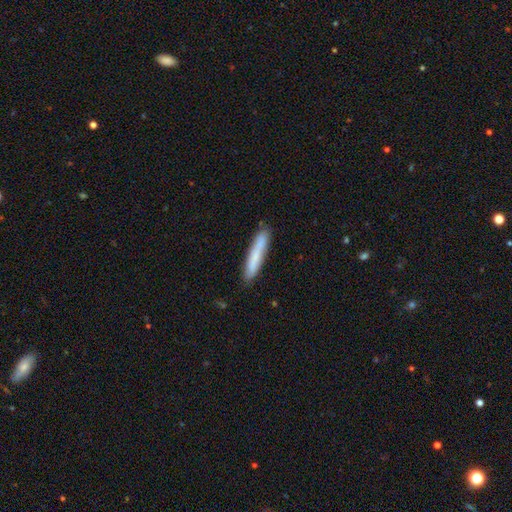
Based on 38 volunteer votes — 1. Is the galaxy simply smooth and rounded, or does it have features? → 71% smooth, 21% featured or disk, 8% star or artifact.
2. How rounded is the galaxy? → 100% cigar-shaped, 0% round, 0% in between.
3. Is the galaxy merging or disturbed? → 89% none, 11% minor disturbance, 0% major disturbance, 0% merger.